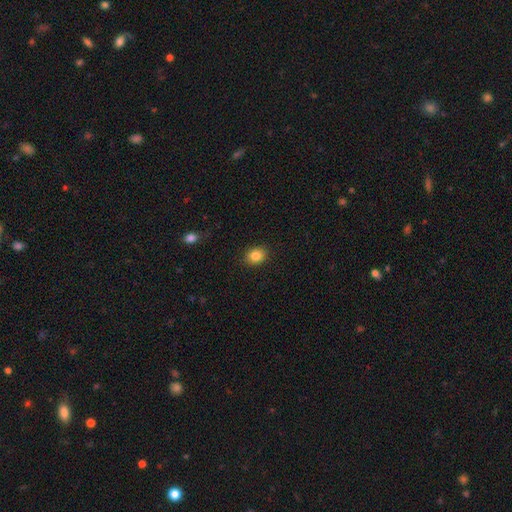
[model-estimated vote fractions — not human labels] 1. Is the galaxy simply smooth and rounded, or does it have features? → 84% smooth, 10% star or artifact, 6% featured or disk.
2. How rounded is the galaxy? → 50% in between, 49% round, 1% cigar-shaped.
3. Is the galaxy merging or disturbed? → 88% none, 9% minor disturbance, 2% major disturbance, 1% merger.